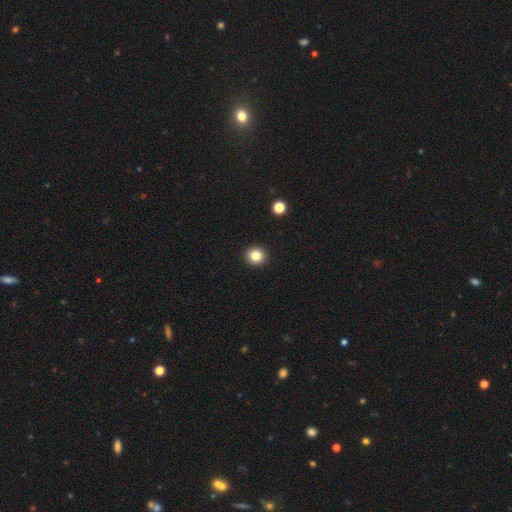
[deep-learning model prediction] The model was most divided on "smooth or featured": smooth: 83%, star or artifact: 11%, featured or disk: 6%. More confident: merging — none (93%); how rounded — round (91%).